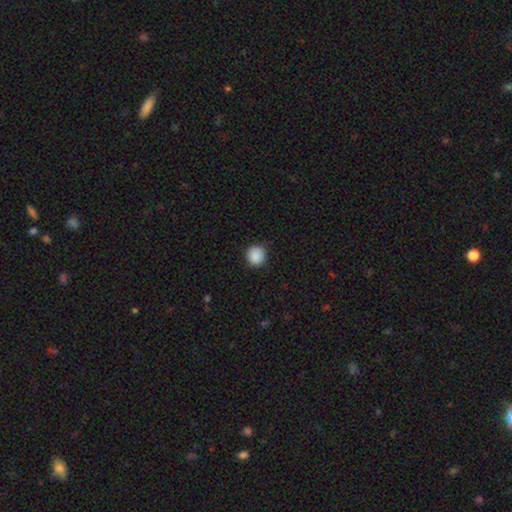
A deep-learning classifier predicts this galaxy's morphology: A smooth galaxy with no disk features (89%) that is round (93%).

Vote fractions:
- Smooth or featured? smooth: 89% / star or artifact: 9% / featured or disk: 3%
- How rounded? round: 93% / in between: 6% / cigar-shaped: 1%
- Merging? none: 88% / minor disturbance: 9% / major disturbance: 2% / merger: 1%